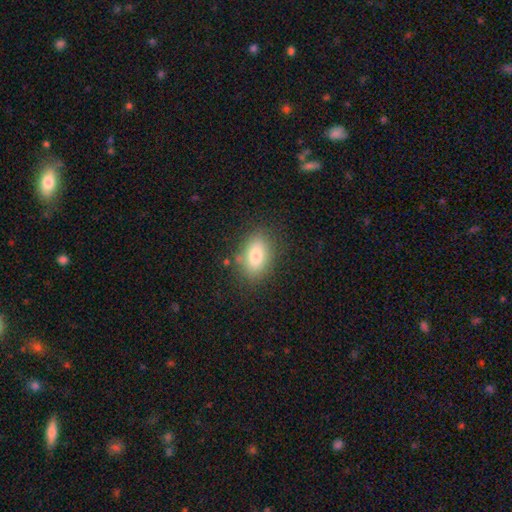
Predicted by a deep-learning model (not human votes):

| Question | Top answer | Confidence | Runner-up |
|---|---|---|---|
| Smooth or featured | smooth | 80% | featured or disk (11%) |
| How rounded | in between | 86% | round (11%) |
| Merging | none | 82% | minor disturbance (12%) |